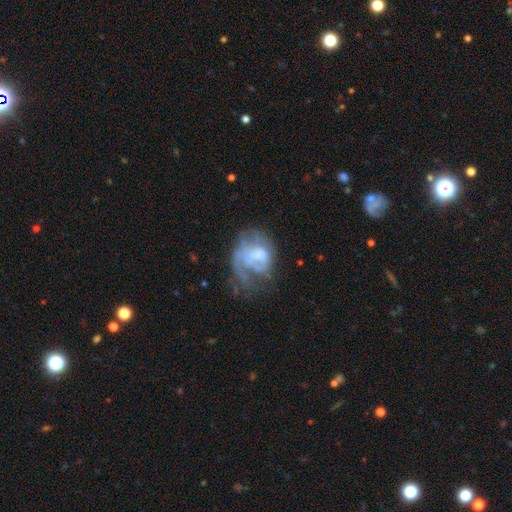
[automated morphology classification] Overall: featured or disk (62%; smooth 29%). Edge-on disk: no (98%). Bar: no (68%). Spiral arms: yes (59%; no 41%). Bulge size: moderate (32%; none 28%). Merging: major disturbance (45%; none 30%).